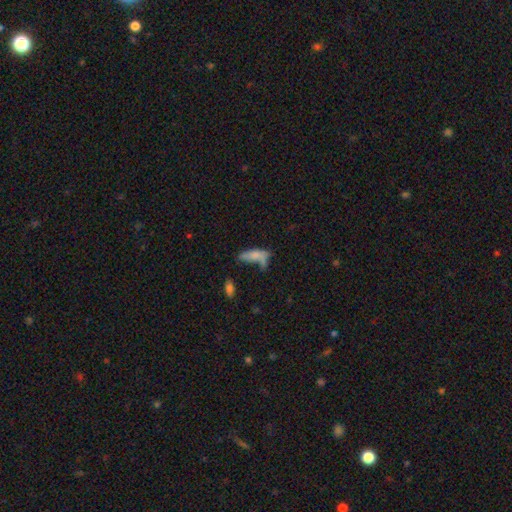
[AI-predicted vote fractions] Morphology: type=smooth (67%); roundness=in between (56%); merging=none (32%).